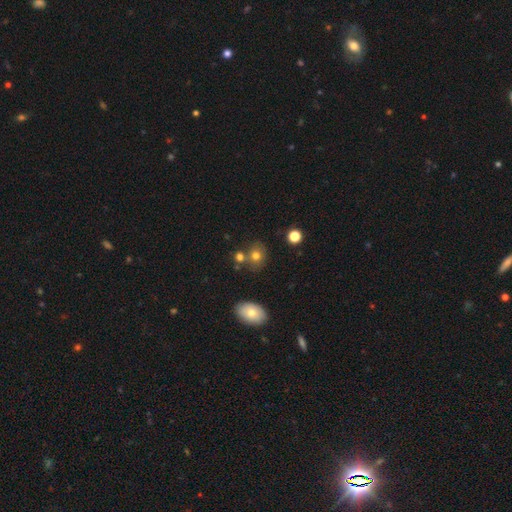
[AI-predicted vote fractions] A smooth galaxy with no disk features (73%) that is round (67%).

Vote fractions:
- Smooth or featured? smooth: 73% / star or artifact: 13% / featured or disk: 13%
- How rounded? round: 67% / in between: 32% / cigar-shaped: 1%
- Merging? none: 62% / merger: 21% / minor disturbance: 12% / major disturbance: 4%